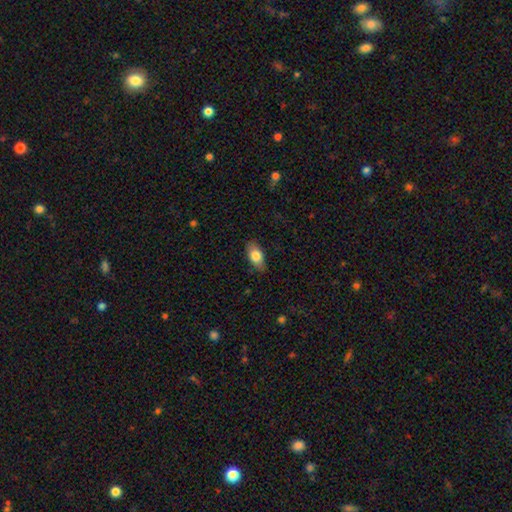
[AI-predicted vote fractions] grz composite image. It shows a smooth galaxy with no disk features (79%) that is in between round and cigar-shaped (88%). Merging: none (83%).